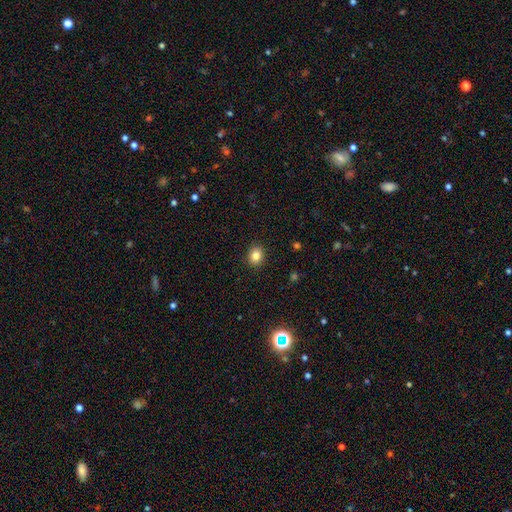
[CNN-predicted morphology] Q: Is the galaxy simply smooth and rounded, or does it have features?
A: smooth — 84%.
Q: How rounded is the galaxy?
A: round — 60%.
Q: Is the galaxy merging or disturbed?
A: none — 90%.